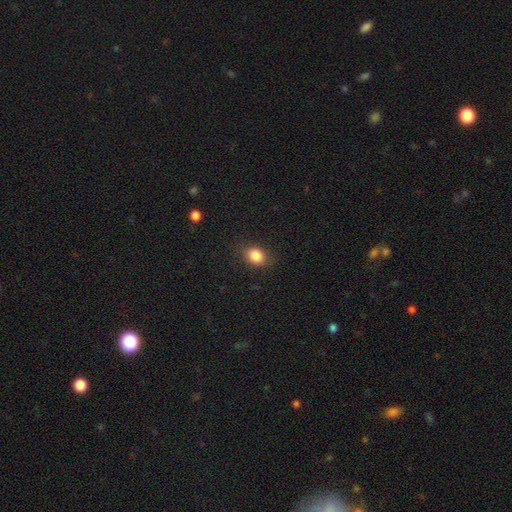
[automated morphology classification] Smooth or featured? smooth (85%)
How rounded? in between (58%)
Merging? none (81%)